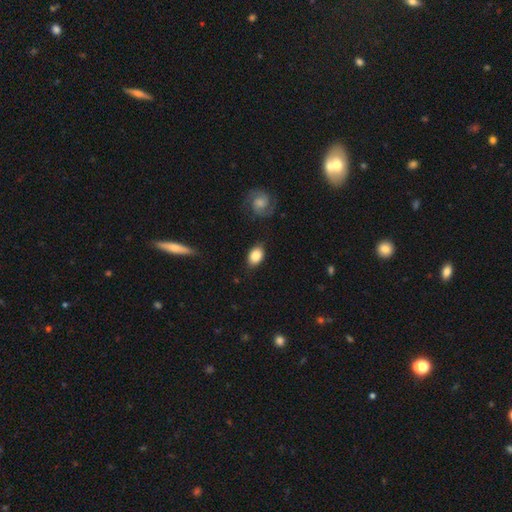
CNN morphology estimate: Overall: smooth (84%). How rounded: in between (85%). Merging: none (81%).